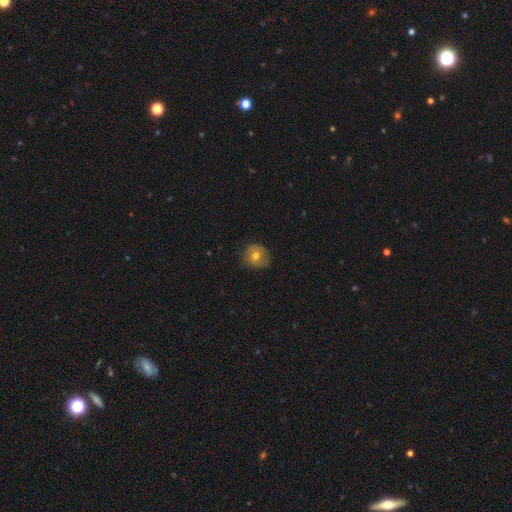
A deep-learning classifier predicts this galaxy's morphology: smooth-or-featured: smooth: 68% | featured or disk: 22% | star or artifact: 10%
  how-rounded: round: 85% | in between: 14% | cigar-shaped: 1%
  merging: none: 77% | minor disturbance: 18% | major disturbance: 4% | merger: 1%